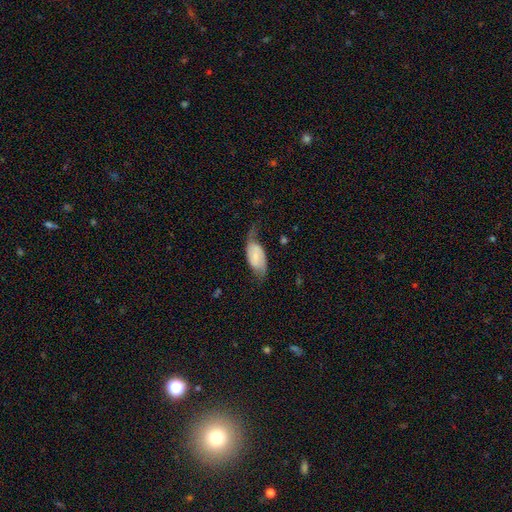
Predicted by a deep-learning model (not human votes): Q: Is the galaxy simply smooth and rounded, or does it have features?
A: featured or disk — 55%.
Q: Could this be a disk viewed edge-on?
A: no — 93%.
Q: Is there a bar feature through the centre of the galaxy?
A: weak — 43%.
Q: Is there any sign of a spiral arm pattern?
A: yes — 87%.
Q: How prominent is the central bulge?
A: small — 50%.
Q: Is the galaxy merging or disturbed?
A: none — 43%.